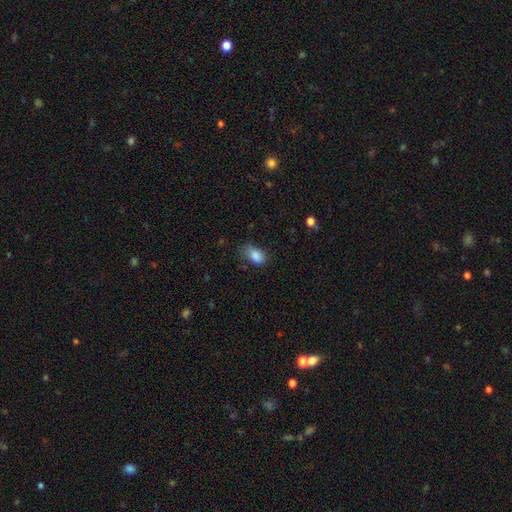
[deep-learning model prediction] smooth 85%, star or artifact 9%, featured or disk 6%. Down the decision tree: how rounded — in between (87%); merging — none (53%).